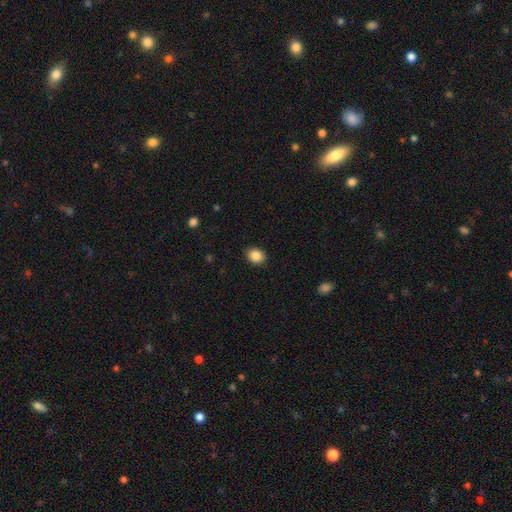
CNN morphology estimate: smooth-or-featured: smooth: 86% | star or artifact: 9% | featured or disk: 5%
  how-rounded: round: 51% | in between: 48% | cigar-shaped: 1%
  merging: none: 90% | minor disturbance: 7% | major disturbance: 2% | merger: 1%